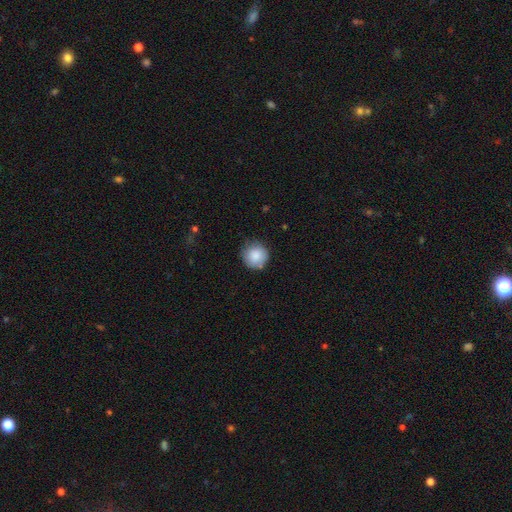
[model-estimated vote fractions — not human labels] Overall: smooth (86%). How rounded: round (94%). Merging: none (80%).